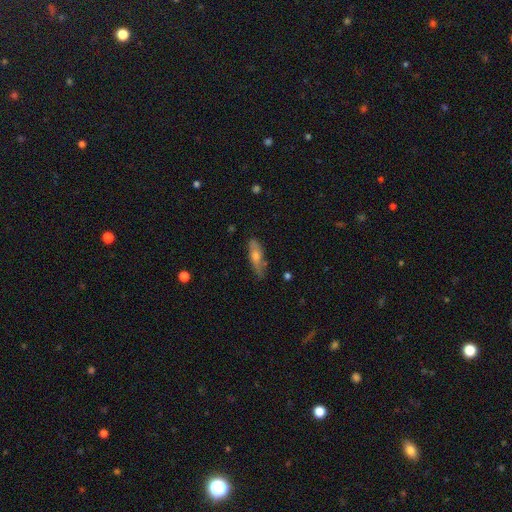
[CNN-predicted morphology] smooth_or_featured: smooth (p=0.51) [alt: featured or disk p=0.42]
how_rounded: cigar-shaped (p=0.55) [alt: in between p=0.42]
merging: none (p=0.77) [alt: minor disturbance p=0.18]